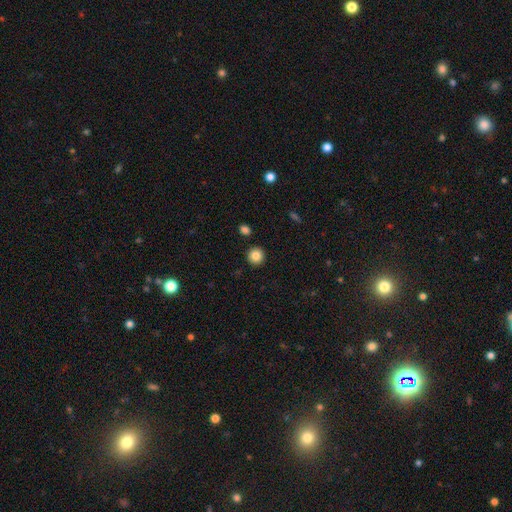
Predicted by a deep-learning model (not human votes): The model was most divided on "smooth or featured": smooth: 85%, star or artifact: 10%, featured or disk: 5%. More confident: how rounded — round (94%); merging — none (91%).